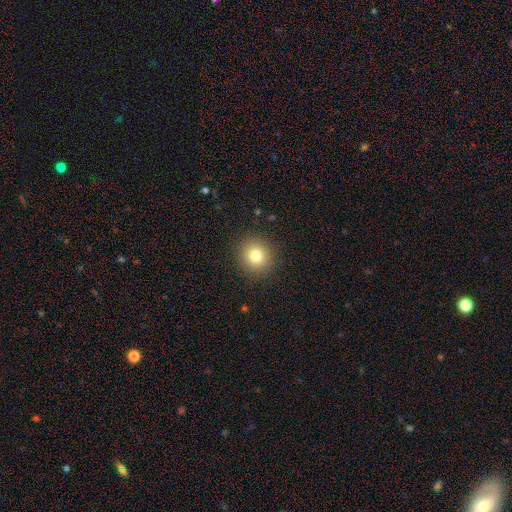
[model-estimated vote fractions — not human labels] smooth_or_featured: smooth (p=0.80) [alt: star or artifact p=0.12]
how_rounded: round (p=0.90) [alt: in between p=0.09]
merging: none (p=0.90) [alt: minor disturbance p=0.06]